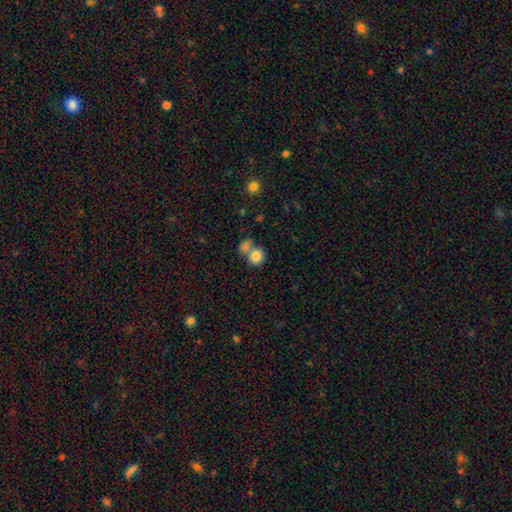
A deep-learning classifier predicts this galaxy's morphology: smooth-or-featured: smooth: 82% | star or artifact: 9% | featured or disk: 9%
  how-rounded: round: 79% | in between: 20% | cigar-shaped: 1%
  merging: merger: 49% | none: 40% | minor disturbance: 8% | major disturbance: 3%